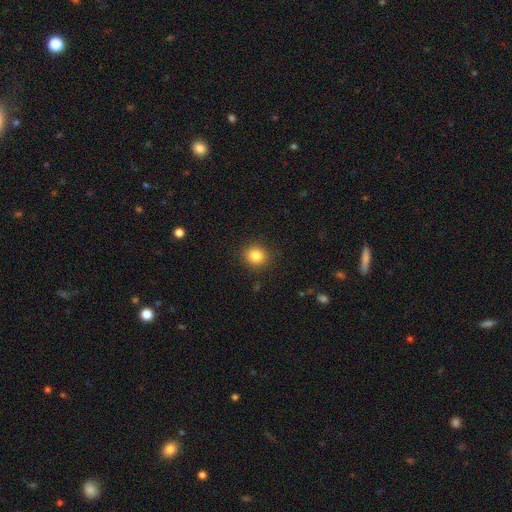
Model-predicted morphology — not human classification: Smooth or featured? smooth (84%)
How rounded? round (84%)
Merging? none (90%)